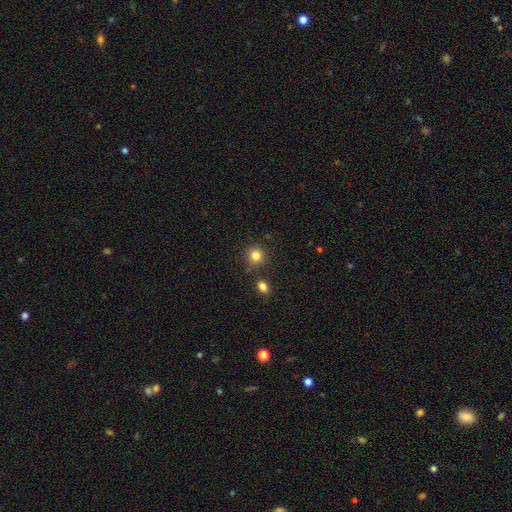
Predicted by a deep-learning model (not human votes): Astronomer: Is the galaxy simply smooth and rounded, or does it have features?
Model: smooth — 83%.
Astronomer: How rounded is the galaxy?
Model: round — 89%.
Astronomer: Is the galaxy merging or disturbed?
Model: none — 81%.